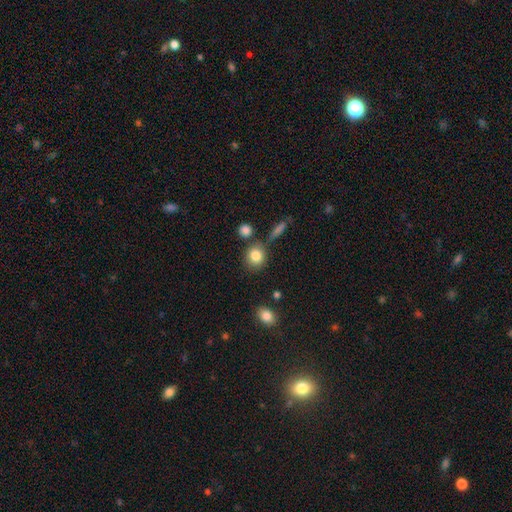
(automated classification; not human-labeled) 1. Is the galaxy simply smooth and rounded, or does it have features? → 83% smooth, 9% star or artifact, 8% featured or disk.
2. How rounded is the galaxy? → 74% round, 24% in between, 2% cigar-shaped.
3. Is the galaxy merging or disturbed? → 72% none, 13% minor disturbance, 12% merger, 4% major disturbance.